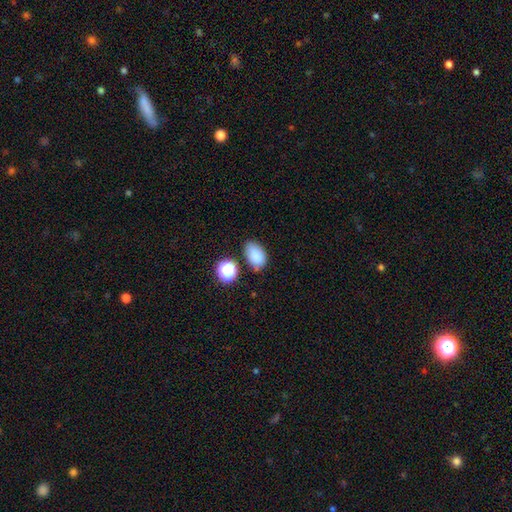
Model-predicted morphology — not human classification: This is clearly a smooth galaxy (83%). How rounded: clearly in between (87%). Merging: likely none (68%).